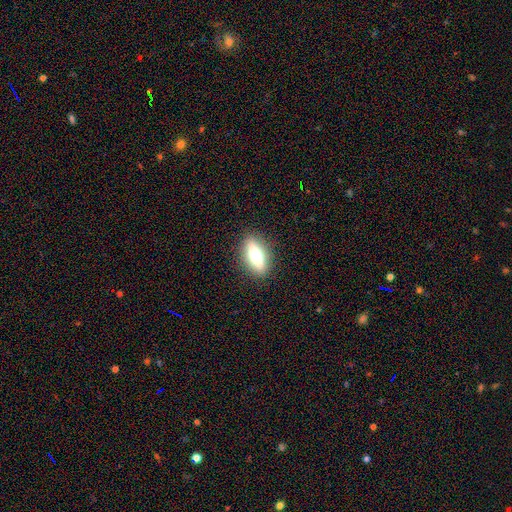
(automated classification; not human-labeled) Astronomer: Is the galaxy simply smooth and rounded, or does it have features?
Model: smooth — 59%.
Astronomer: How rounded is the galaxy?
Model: in between — 69%.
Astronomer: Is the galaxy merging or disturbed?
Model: none — 88%.